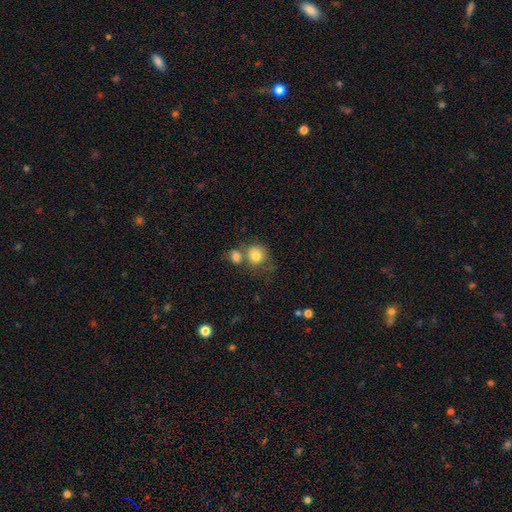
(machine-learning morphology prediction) A smooth galaxy with no disk features (81%) that is round (80%).

Vote fractions:
- Smooth or featured? smooth: 81% / star or artifact: 9% / featured or disk: 9%
- How rounded? round: 80% / in between: 19% / cigar-shaped: 1%
- Merging? none: 44% / merger: 37% / minor disturbance: 13% / major disturbance: 6%